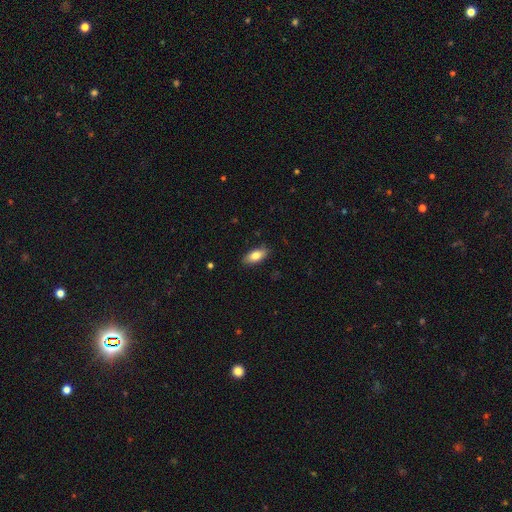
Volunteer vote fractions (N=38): Overall: smooth (76%). How rounded: in between (90%). Merging: none (92%).